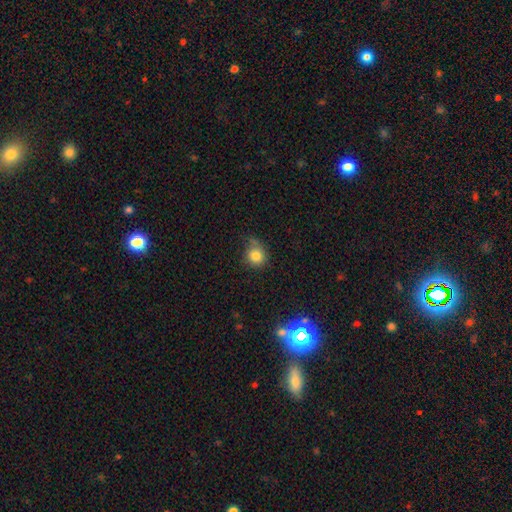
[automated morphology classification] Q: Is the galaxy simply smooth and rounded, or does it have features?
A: smooth — 80%.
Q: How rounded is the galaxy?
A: round — 85%.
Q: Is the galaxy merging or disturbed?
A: none — 60%.